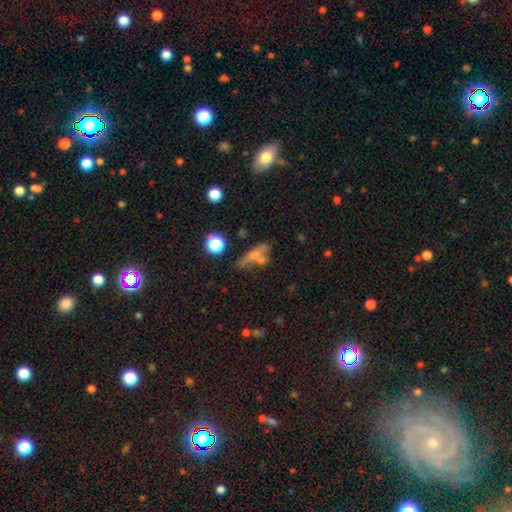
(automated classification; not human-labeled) This appears to be a smooth galaxy with no disk features (52%) that is cigar-shaped (46%). Merging: none (40%).